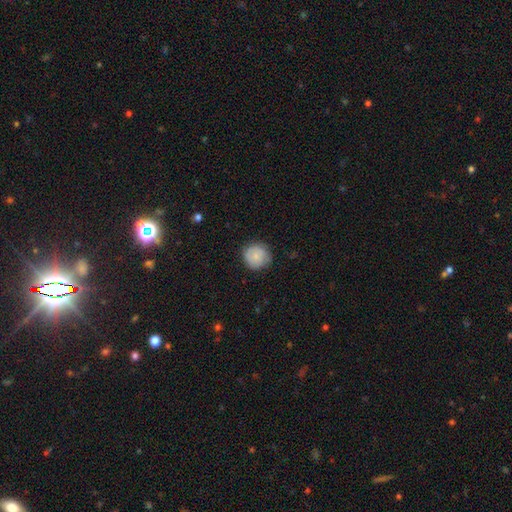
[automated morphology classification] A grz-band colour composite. It shows a smooth galaxy with no disk features (76%) that is round (92%). Merging: none (78%).